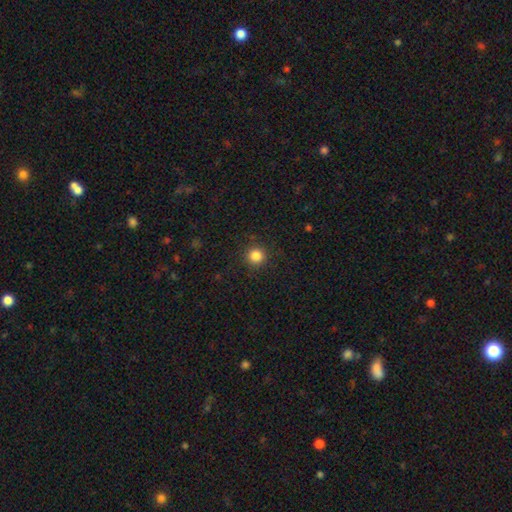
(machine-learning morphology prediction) A smooth galaxy with no disk features (84%) that is round (95%).

Vote fractions:
- Smooth or featured? smooth: 84% / star or artifact: 12% / featured or disk: 4%
- How rounded? round: 95% / in between: 4% / cigar-shaped: 1%
- Merging? none: 91% / minor disturbance: 6% / major disturbance: 2% / merger: 1%